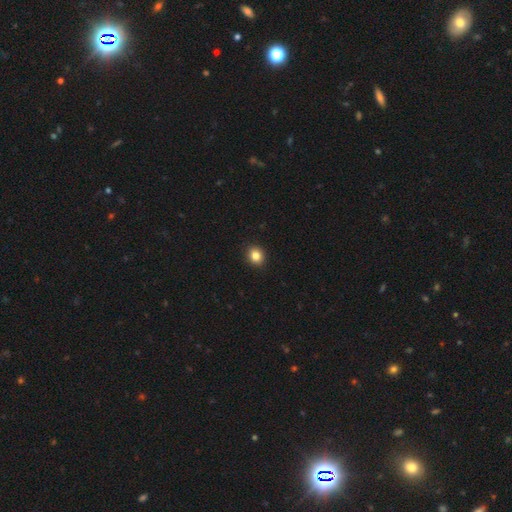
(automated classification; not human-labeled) Q: Smooth or featured?
A: smooth (85%); runner-up: star or artifact (10%)
Q: How rounded?
A: round (68%); runner-up: in between (31%)
Q: Merging?
A: none (92%); runner-up: minor disturbance (6%)